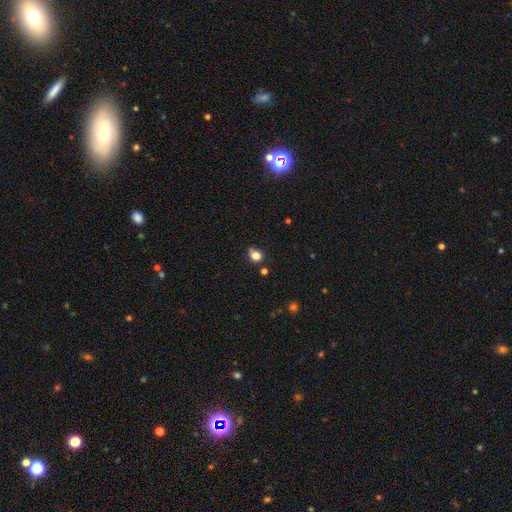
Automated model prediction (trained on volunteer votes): Smooth or featured? Predicted: smooth (p=0.80). How rounded? Predicted: round (p=0.73). Merging? Predicted: none (p=0.64).